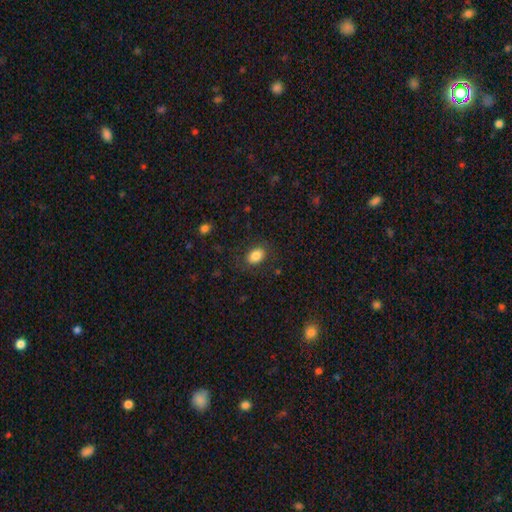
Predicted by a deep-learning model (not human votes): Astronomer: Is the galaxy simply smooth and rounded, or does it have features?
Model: smooth — 85%.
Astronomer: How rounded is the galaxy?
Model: in between — 77%.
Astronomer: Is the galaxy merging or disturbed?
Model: none — 82%.